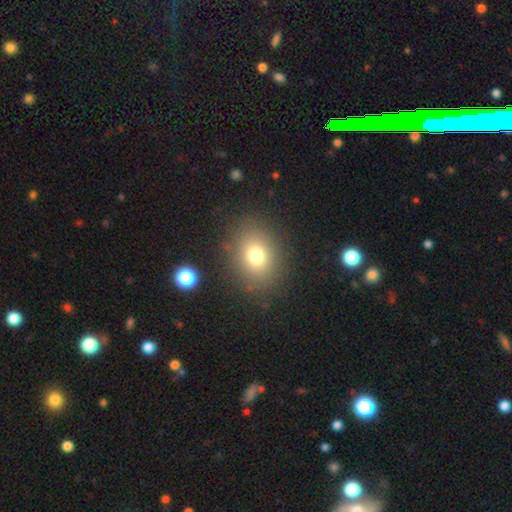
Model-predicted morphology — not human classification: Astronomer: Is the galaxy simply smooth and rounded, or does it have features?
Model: smooth — 75%.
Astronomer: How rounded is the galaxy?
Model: in between — 50% (runner-up: round, 49%).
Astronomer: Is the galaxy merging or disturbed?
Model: none — 84%.